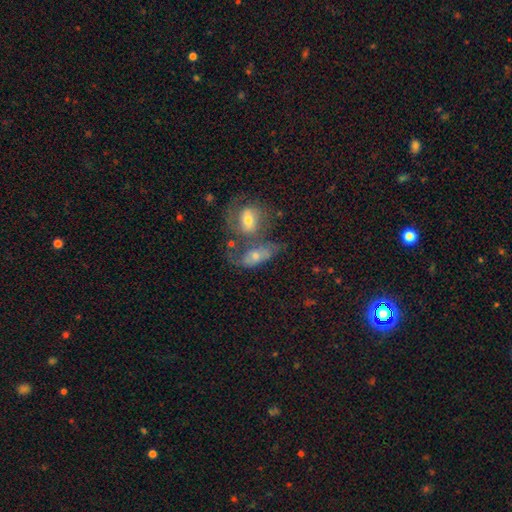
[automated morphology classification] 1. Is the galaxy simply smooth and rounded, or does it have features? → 48% smooth, 42% featured or disk, 10% star or artifact.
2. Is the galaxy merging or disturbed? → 53% merger, 22% none, 12% minor disturbance, 12% major disturbance.